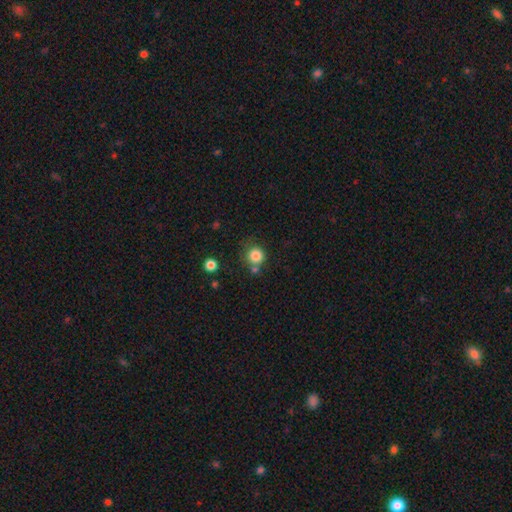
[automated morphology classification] Smooth or featured? smooth (83%)
How rounded? round (92%)
Merging? none (67%)